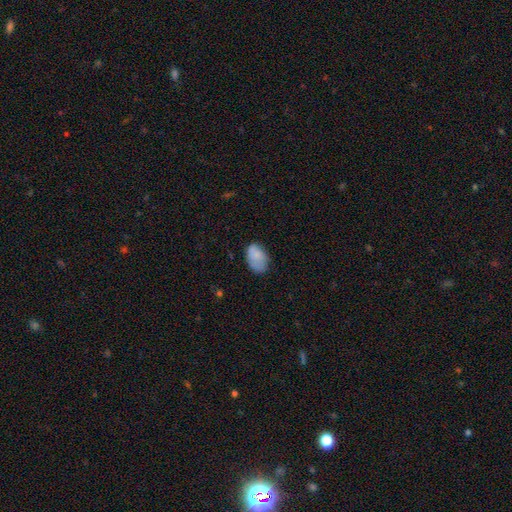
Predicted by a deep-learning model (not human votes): A smooth galaxy with no disk features (81%) that is in between round and cigar-shaped (89%).

Vote fractions:
- Smooth or featured? smooth: 81% / featured or disk: 11% / star or artifact: 8%
- How rounded? in between: 89% / round: 10% / cigar-shaped: 1%
- Merging? none: 60% / minor disturbance: 29% / major disturbance: 9% / merger: 3%